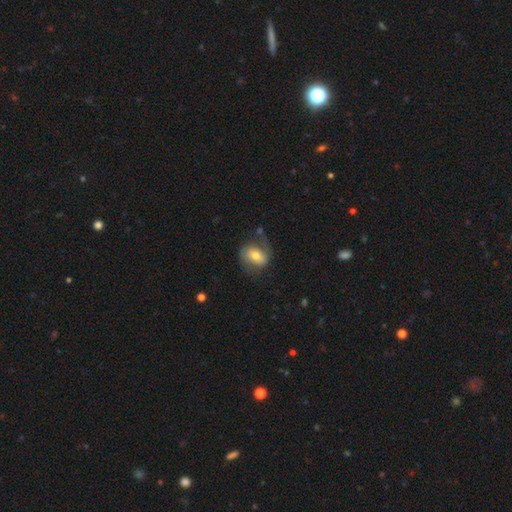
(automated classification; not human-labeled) This appears to be a featured or disk galaxy (52%). Merging: none (57%).